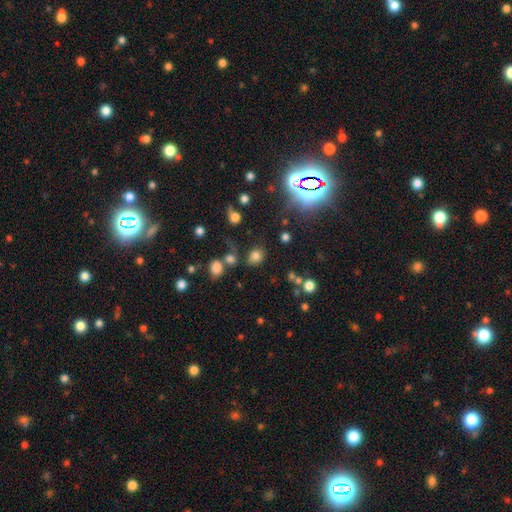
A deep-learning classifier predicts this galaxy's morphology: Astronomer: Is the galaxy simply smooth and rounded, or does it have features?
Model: smooth — 75%.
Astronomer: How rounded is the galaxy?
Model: round — 53% (runner-up: in between, 46%).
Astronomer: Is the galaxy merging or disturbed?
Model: none — 69%.